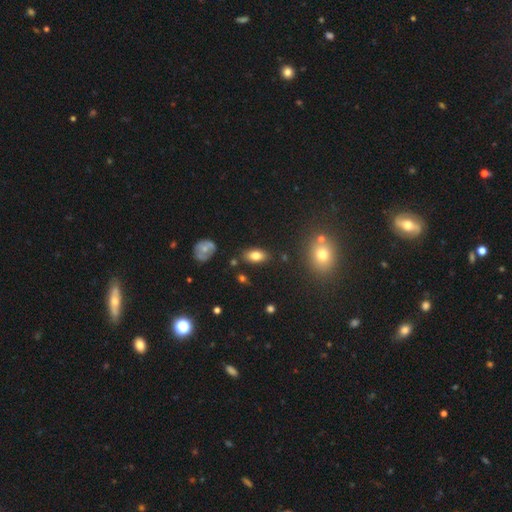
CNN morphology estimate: The model was most divided on "smooth or featured": smooth: 79%, featured or disk: 12%, star or artifact: 10%. More confident: how rounded — in between (90%); merging — none (83%).